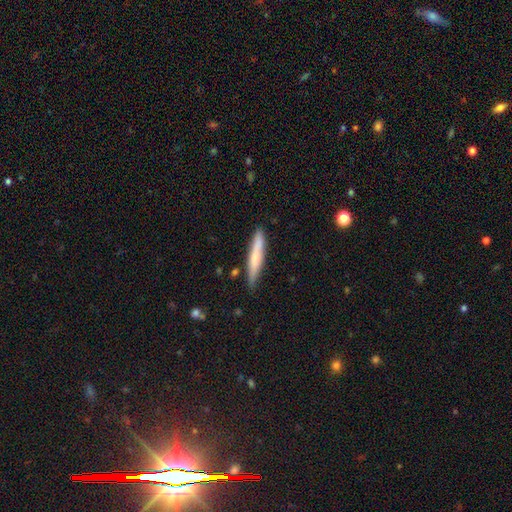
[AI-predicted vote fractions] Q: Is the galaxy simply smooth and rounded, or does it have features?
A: smooth — 63%.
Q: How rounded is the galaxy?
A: cigar-shaped — 92%.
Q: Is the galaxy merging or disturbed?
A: none — 82%.